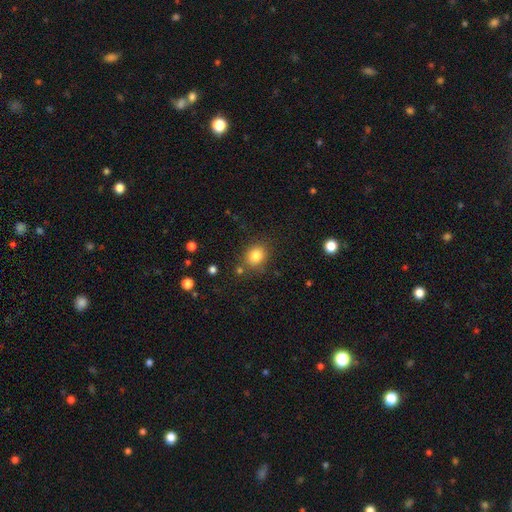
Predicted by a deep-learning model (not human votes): The model was most divided on "how rounded": round: 67%, in between: 32%, cigar-shaped: 1%. More confident: smooth or featured — smooth (82%); merging — none (80%).